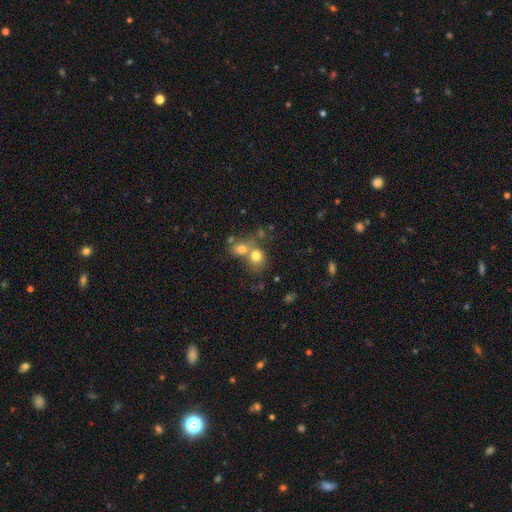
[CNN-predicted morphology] The model was most divided on "merging": merger: 54%, none: 35%, minor disturbance: 7%, major disturbance: 4%. More confident: smooth or featured — smooth (75%); how rounded — round (68%).